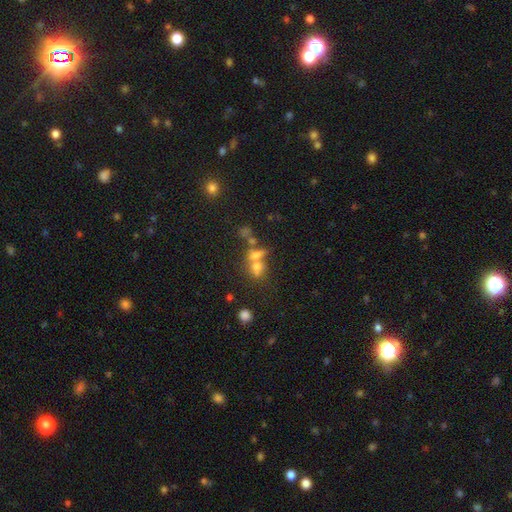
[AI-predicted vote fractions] Smooth or featured?
  - smooth: 59% *
  - featured or disk: 23%
  - star or artifact: 18%
How rounded?
  - in between: 52% *
  - round: 42%
  - cigar-shaped: 6%
Merging?
  - merger: 56% *
  - none: 28%
  - minor disturbance: 8%
  - major disturbance: 8%